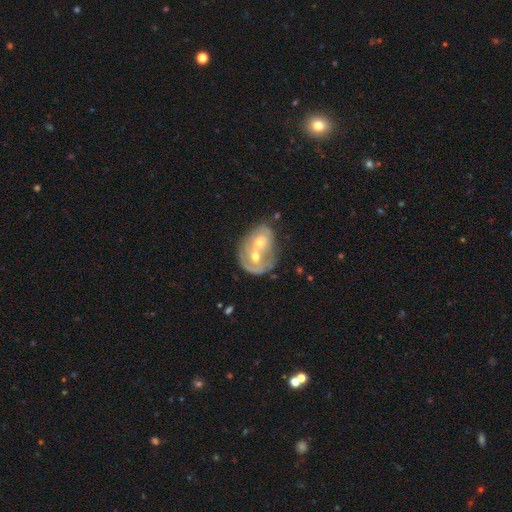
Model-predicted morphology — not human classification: Smooth or featured: featured or disk — 62% (smooth — 30%)
Edge-on disk: no — 95% (yes — 5%)
Bar: no — 77% (weak — 17%)
Spiral arms: no — 56% (yes — 44%)
Bulge size: moderate — 61% (small — 33%)
Merging: merger — 75% (none — 15%)